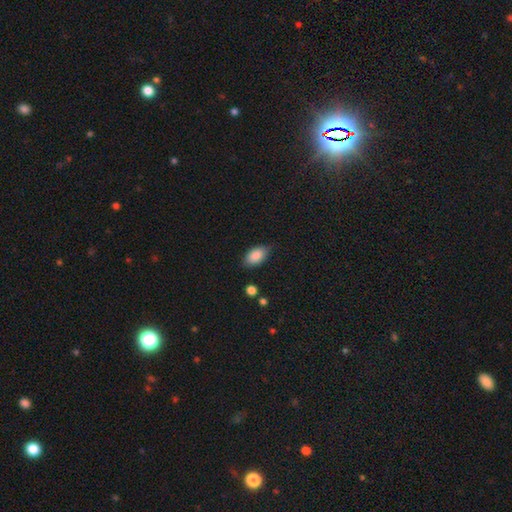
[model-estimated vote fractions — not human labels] Smooth or featured?
  - smooth: 87% *
  - star or artifact: 7%
  - featured or disk: 6%
How rounded?
  - in between: 92% *
  - round: 5%
  - cigar-shaped: 3%
Merging?
  - none: 77% *
  - minor disturbance: 18%
  - major disturbance: 3%
  - merger: 2%